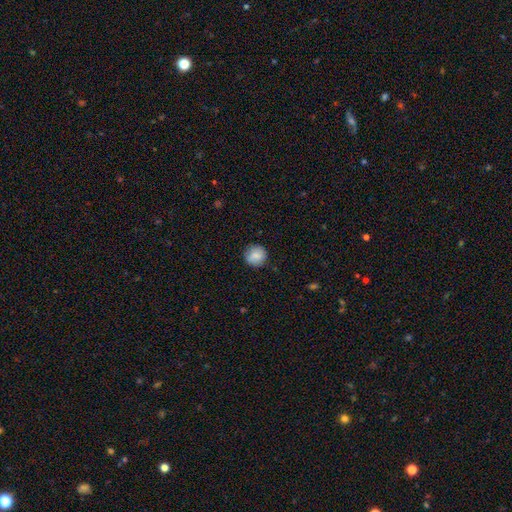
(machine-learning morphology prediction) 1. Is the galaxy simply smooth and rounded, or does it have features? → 83% smooth, 9% featured or disk, 8% star or artifact.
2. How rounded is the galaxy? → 91% round, 8% in between, 1% cigar-shaped.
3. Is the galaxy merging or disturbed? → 85% none, 11% minor disturbance, 3% major disturbance, 1% merger.